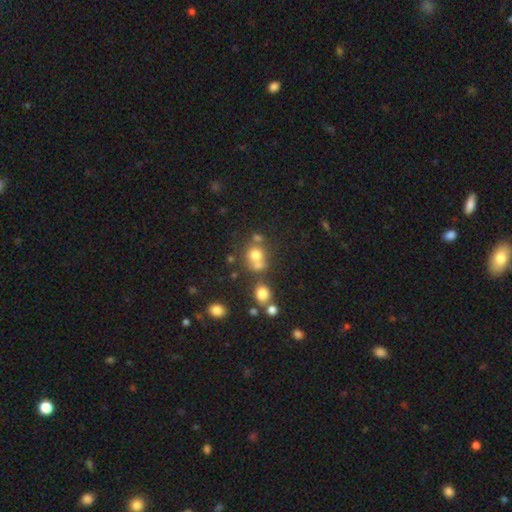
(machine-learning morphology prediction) smooth-or-featured: smooth: 70% | star or artifact: 17% | featured or disk: 14%
  how-rounded: round: 81% | in between: 18% | cigar-shaped: 1%
  merging: none: 46% | merger: 39% | minor disturbance: 10% | major disturbance: 5%